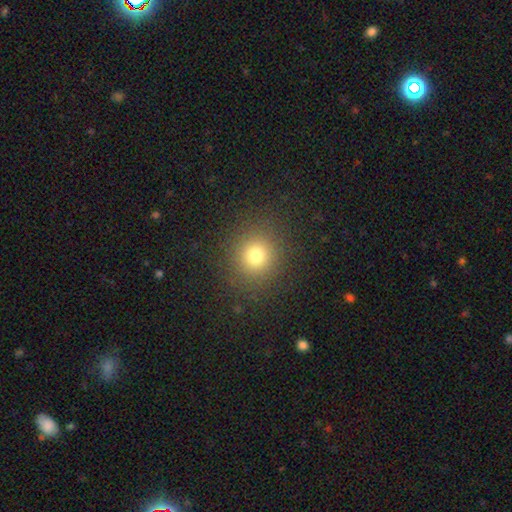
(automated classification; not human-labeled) Smooth or featured?
  - smooth: 75% *
  - star or artifact: 17%
  - featured or disk: 8%
How rounded?
  - round: 88% *
  - in between: 11%
  - cigar-shaped: 1%
Merging?
  - none: 88% *
  - minor disturbance: 7%
  - major disturbance: 4%
  - merger: 1%